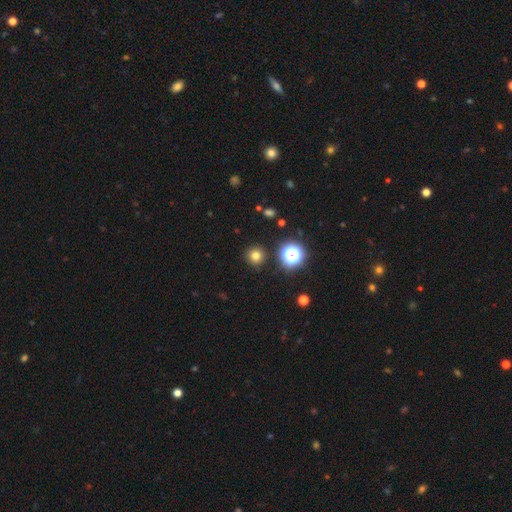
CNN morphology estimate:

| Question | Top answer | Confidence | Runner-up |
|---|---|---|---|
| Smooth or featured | smooth | 75% | star or artifact (19%) |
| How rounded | round | 94% | in between (5%) |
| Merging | none | 90% | minor disturbance (5%) |